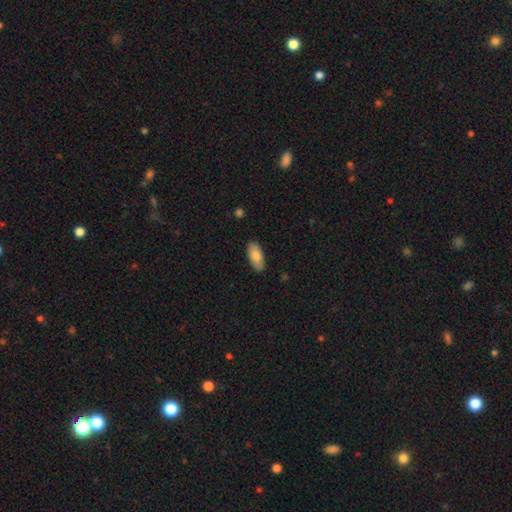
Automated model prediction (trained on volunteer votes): This appears to be a smooth galaxy with no disk features (82%) that is in between round and cigar-shaped (87%). Merging: none (87%).